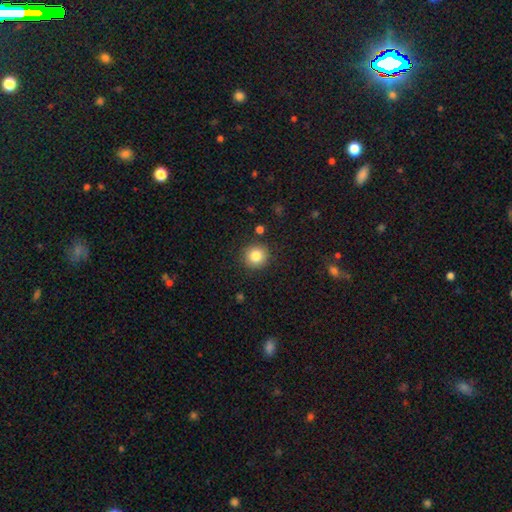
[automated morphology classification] A smooth galaxy with no disk features (83%) that is round (93%).

Vote fractions:
- Smooth or featured? smooth: 83% / star or artifact: 10% / featured or disk: 7%
- How rounded? round: 93% / in between: 6% / cigar-shaped: 1%
- Merging? none: 89% / minor disturbance: 7% / major disturbance: 2% / merger: 2%